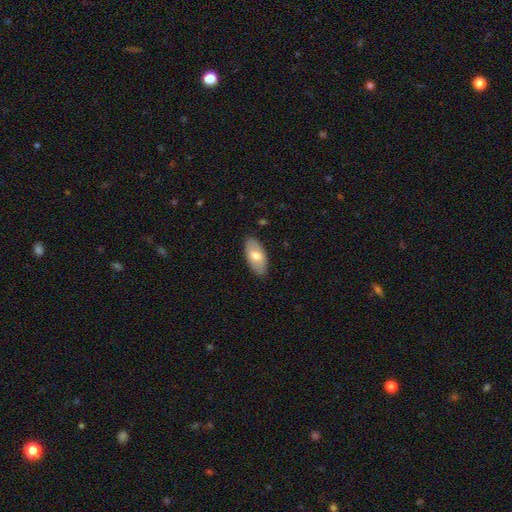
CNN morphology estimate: A smooth galaxy with no disk features (69%) that is in between round and cigar-shaped (94%).

Vote fractions:
- Smooth or featured? smooth: 69% / featured or disk: 25% / star or artifact: 6%
- How rounded? in between: 94% / cigar-shaped: 4% / round: 3%
- Merging? none: 86% / minor disturbance: 11% / major disturbance: 2% / merger: 1%